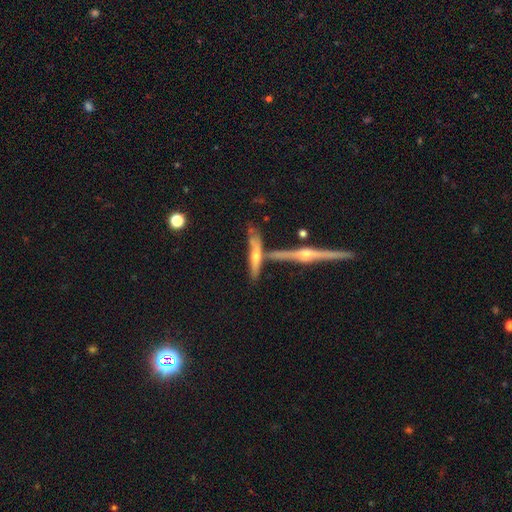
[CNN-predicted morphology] Smooth or featured?
  - featured or disk: 58% *
  - smooth: 34%
  - star or artifact: 8%
Edge-on disk?
  - yes: 90% *
  - no: 10%
Edge-on bulge?
  - rounded: 87% *
  - none: 9%
  - boxy: 4%
Merging?
  - none: 53% *
  - merger: 29%
  - minor disturbance: 13%
  - major disturbance: 5%